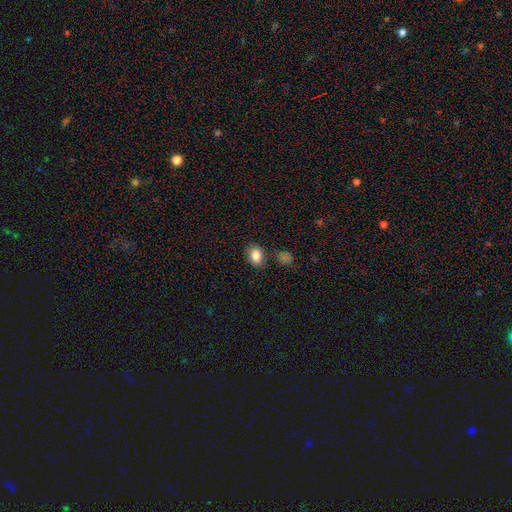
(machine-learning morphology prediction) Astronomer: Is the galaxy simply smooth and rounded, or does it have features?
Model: smooth — 85%.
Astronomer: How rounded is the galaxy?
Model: in between — 63%.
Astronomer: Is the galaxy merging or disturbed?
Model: none — 79%.